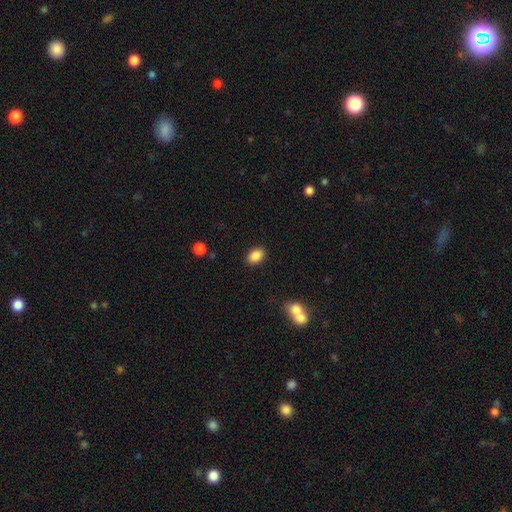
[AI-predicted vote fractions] Smooth or featured: smooth — 88% (star or artifact — 9%)
How rounded: in between — 78% (round — 21%)
Merging: none — 88% (minor disturbance — 8%)